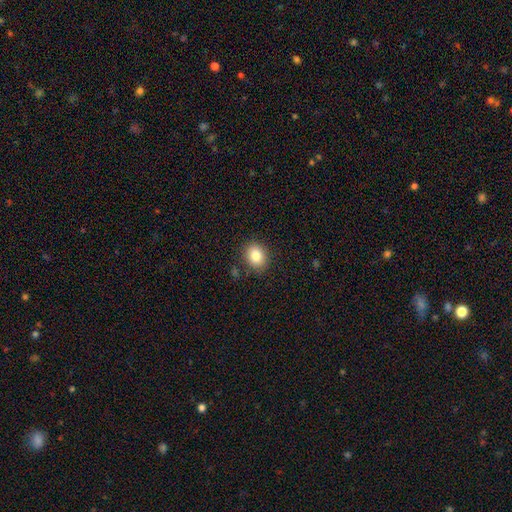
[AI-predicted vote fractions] A smooth galaxy with no disk features (83%) that is round (63%).

Vote fractions:
- Smooth or featured? smooth: 83% / star or artifact: 10% / featured or disk: 7%
- How rounded? round: 63% / in between: 36% / cigar-shaped: 1%
- Merging? none: 87% / minor disturbance: 9% / major disturbance: 2% / merger: 2%